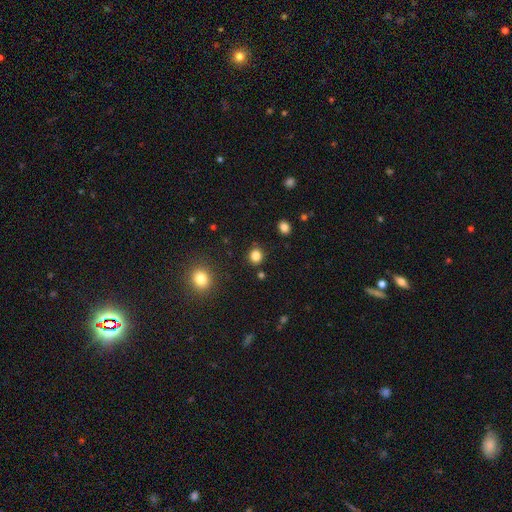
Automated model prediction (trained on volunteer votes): Smooth or featured?
  - smooth: 83% *
  - star or artifact: 13%
  - featured or disk: 4%
How rounded?
  - round: 80% *
  - in between: 20%
  - cigar-shaped: 1%
Merging?
  - none: 87% *
  - minor disturbance: 8%
  - major disturbance: 3%
  - merger: 2%